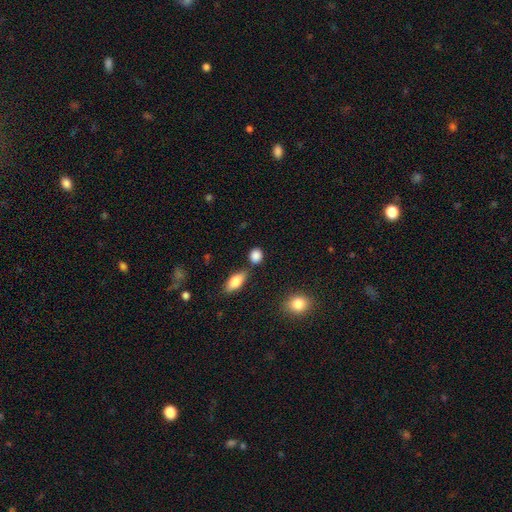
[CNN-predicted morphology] Smooth or featured? smooth (86%)
How rounded? round (66%)
Merging? none (73%)